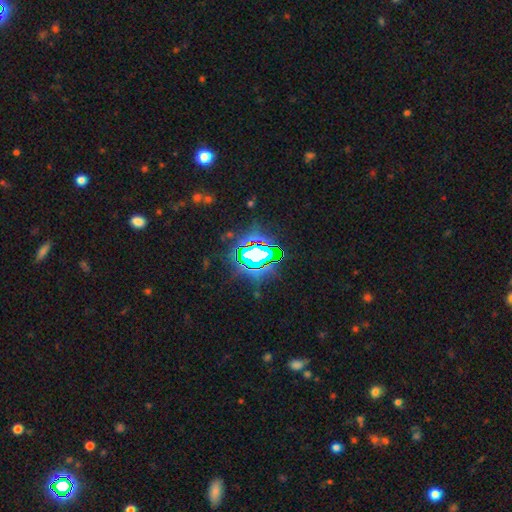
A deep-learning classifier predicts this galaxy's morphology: type=star or artifact (75%).